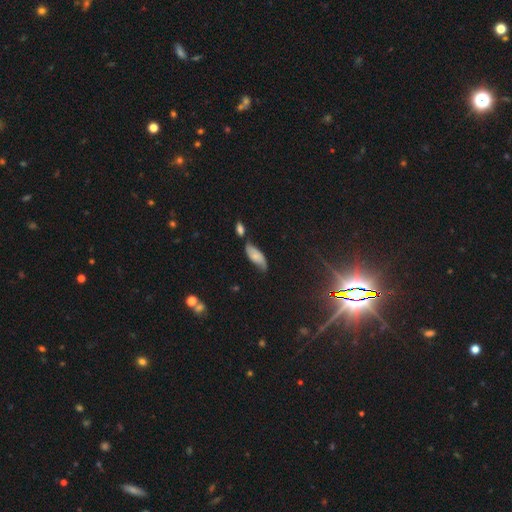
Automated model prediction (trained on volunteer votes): Morphology: type=smooth (60%); roundness=in between (77%); merging=none (52%).